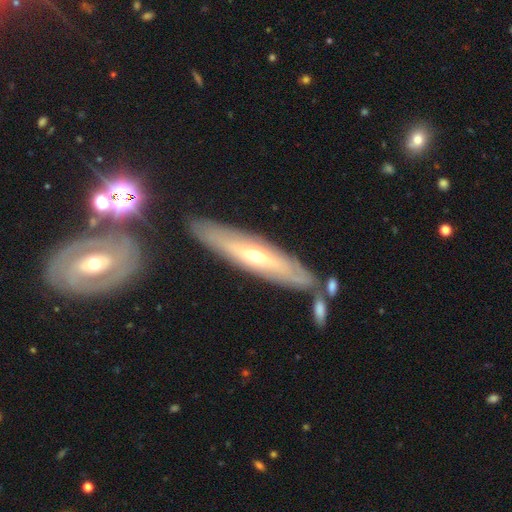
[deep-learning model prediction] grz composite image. It shows a featured or disk galaxy (66%) viewed edge-on (56%). Merging: none (79%).